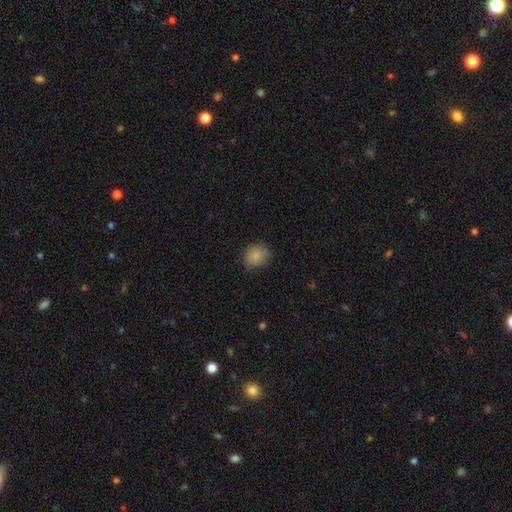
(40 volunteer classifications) A smooth galaxy with no disk features (95%) that is round (89%).

Vote fractions:
- Smooth or featured? smooth: 95% / star or artifact: 5% / featured or disk: 0%
- How rounded? round: 89% / in between: 11% / cigar-shaped: 0%
- Merging? none: 89% / minor disturbance: 11% / major disturbance: 0% / merger: 0%